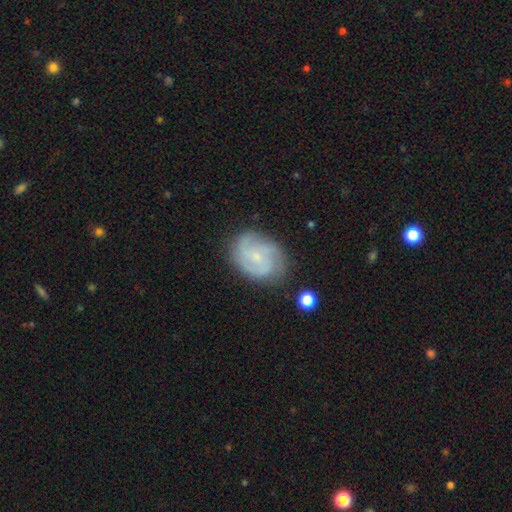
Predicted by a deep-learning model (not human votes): A featured or disk galaxy (76%) with no bar (58%), 3 (37%) tight (47%) spiral arms (95%) and a small central bulge (71%). Merging: none (75%).